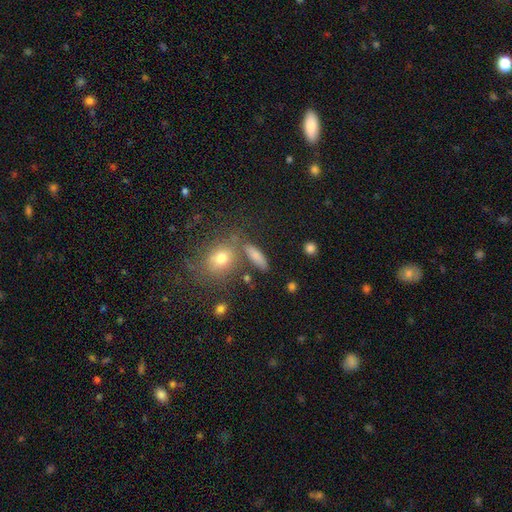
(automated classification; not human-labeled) Morphology: type=smooth (75%); roundness=cigar-shaped (45%); merging=none (71%).